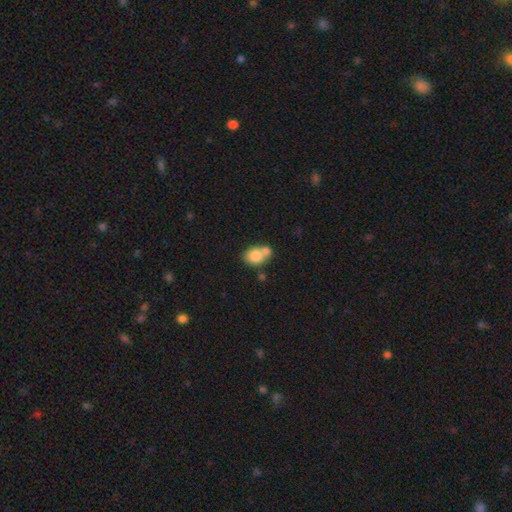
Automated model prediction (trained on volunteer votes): smooth 80%, featured or disk 12%, star or artifact 9%. Down the decision tree: how rounded — round (52%); merging — merger (47%).